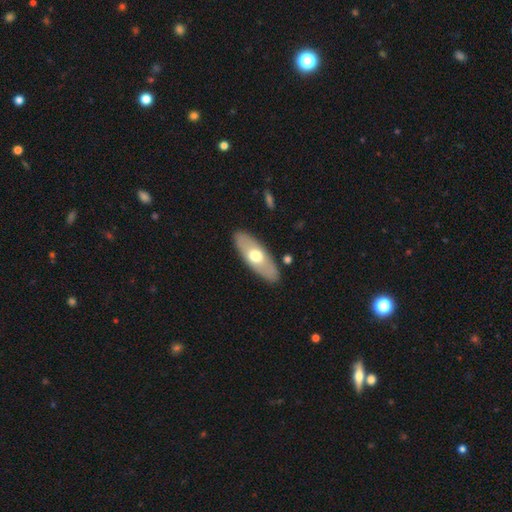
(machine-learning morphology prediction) smooth-or-featured: smooth: 55% | featured or disk: 41% | star or artifact: 5%
  how-rounded: in between: 74% | cigar-shaped: 23% | round: 3%
  merging: none: 87% | minor disturbance: 9% | major disturbance: 2% | merger: 2%